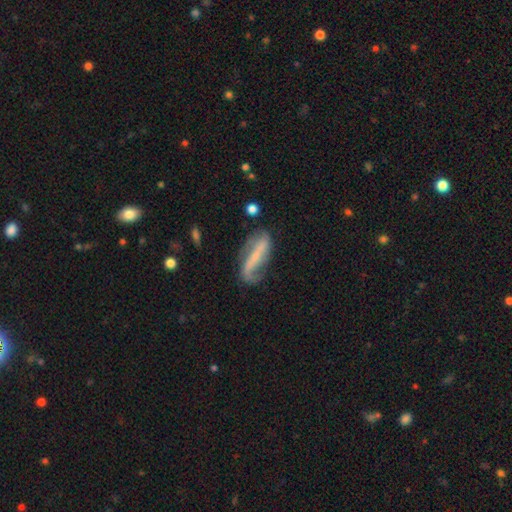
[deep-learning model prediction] Overall: featured or disk (73%). Edge-on disk: no (83%). Bar: strong (54%; weak 24%). Spiral arms: yes (87%). Spiral arm count: 2 (79%). Spiral winding: loose (61%; medium 25%). Bulge size: small (63%). Merging: none (60%; minor disturbance 24%).